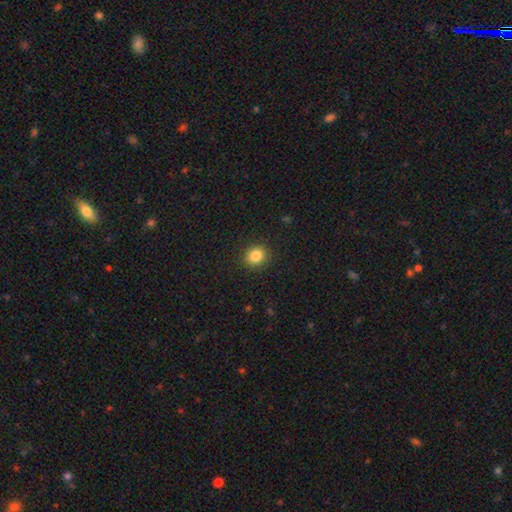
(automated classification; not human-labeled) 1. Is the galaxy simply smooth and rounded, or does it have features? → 85% smooth, 11% star or artifact, 4% featured or disk.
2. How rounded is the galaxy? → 76% round, 23% in between, 1% cigar-shaped.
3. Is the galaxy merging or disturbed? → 89% none, 7% minor disturbance, 2% major disturbance, 1% merger.